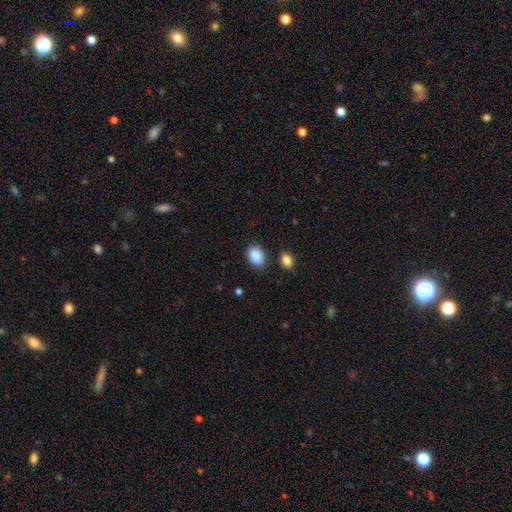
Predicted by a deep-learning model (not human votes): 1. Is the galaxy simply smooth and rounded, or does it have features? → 89% smooth, 8% star or artifact, 4% featured or disk.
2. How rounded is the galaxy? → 68% in between, 31% round, 1% cigar-shaped.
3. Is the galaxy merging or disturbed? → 80% none, 13% minor disturbance, 4% merger, 3% major disturbance.